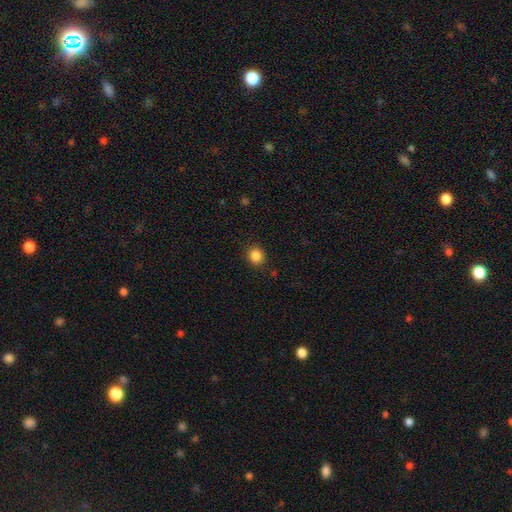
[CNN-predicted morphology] Overall: smooth (85%). How rounded: round (84%). Merging: none (90%).